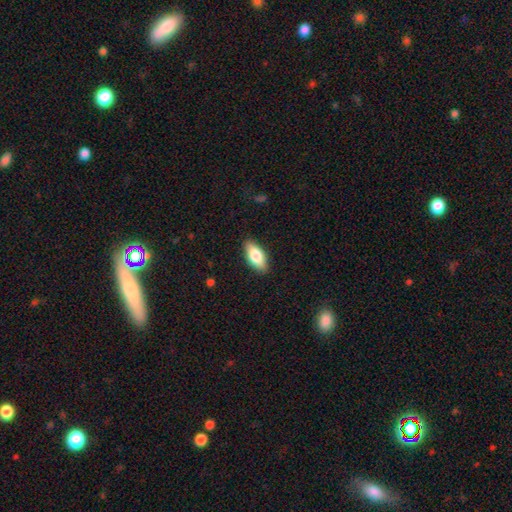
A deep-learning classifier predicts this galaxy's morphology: smooth-or-featured: smooth: 79% | featured or disk: 15% | star or artifact: 6%
  how-rounded: in between: 85% | cigar-shaped: 12% | round: 3%
  merging: none: 88% | minor disturbance: 9% | major disturbance: 2% | merger: 1%